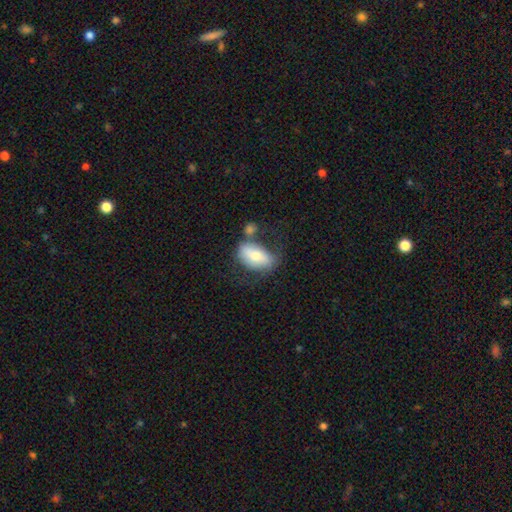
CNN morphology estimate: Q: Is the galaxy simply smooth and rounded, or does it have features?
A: smooth — 65%.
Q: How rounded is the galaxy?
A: in between — 90%.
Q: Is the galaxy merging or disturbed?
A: none — 40%.